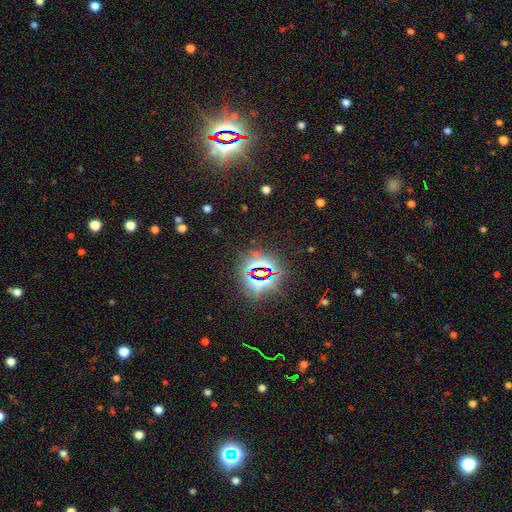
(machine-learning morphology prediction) A star or artifact, not a galaxy (83%).

Vote fractions:
- Smooth or featured? star or artifact: 83% / smooth: 10% / featured or disk: 7%